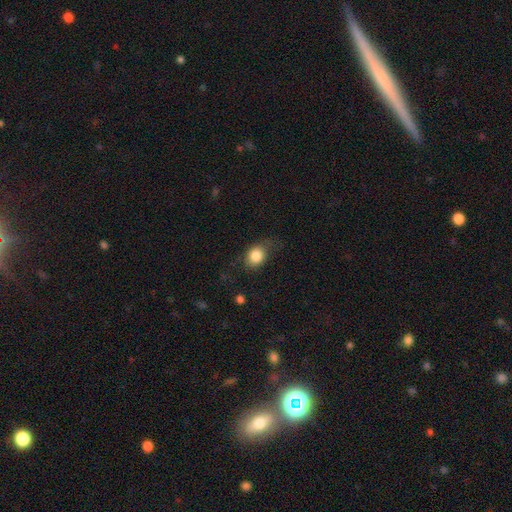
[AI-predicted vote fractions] Smooth or featured: smooth — 83% (featured or disk — 9%)
How rounded: round — 51% (in between — 48%)
Merging: none — 59% (minor disturbance — 27%)